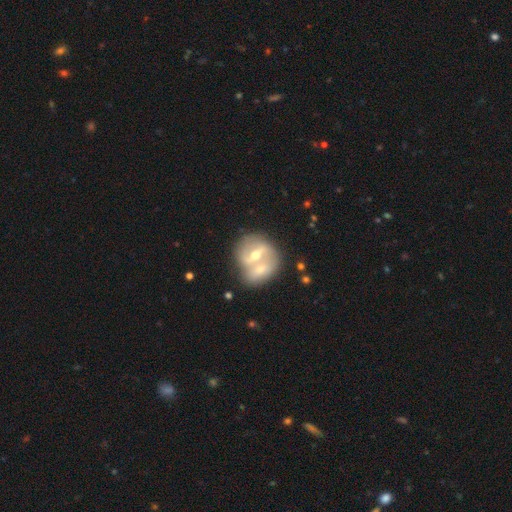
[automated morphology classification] This is possibly a featured or disk galaxy (59%). It is clearly not viewed edge-on (93%). Bar: marginally weak (36%). Spiral arm pattern: likely no (61%). Central bulge: likely moderate (69%). Merging: likely merger (60%).